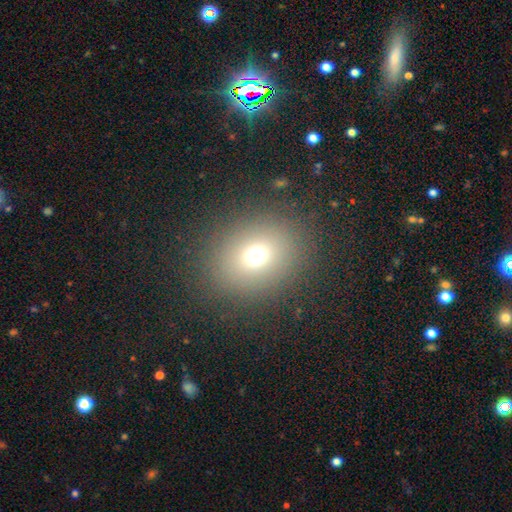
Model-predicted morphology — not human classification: A smooth galaxy with no disk features (71%) that is round (61%). Merging: none (87%).